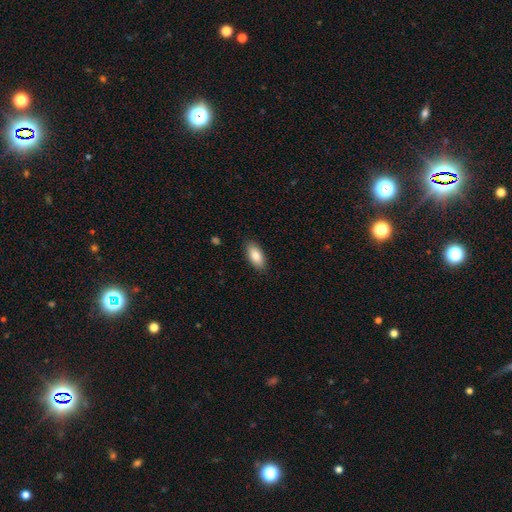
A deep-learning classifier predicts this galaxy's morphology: Smooth or featured? smooth (86%)
How rounded? in between (90%)
Merging? none (87%)